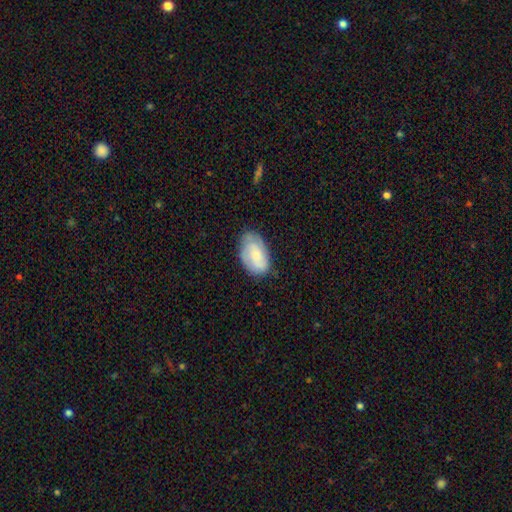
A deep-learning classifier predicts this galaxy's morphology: Smooth or featured?
  - smooth: 56% *
  - featured or disk: 37%
  - star or artifact: 7%
How rounded?
  - in between: 91% *
  - round: 8%
  - cigar-shaped: 2%
Merging?
  - none: 71% *
  - minor disturbance: 22%
  - major disturbance: 5%
  - merger: 1%